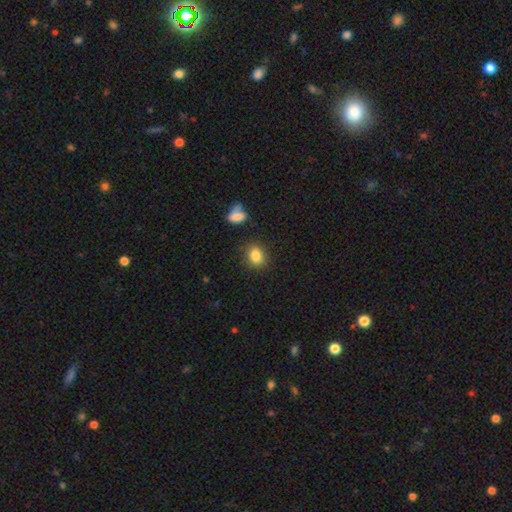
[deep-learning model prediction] Smooth or featured: smooth — 84% (star or artifact — 10%)
How rounded: in between — 51% (round — 47%)
Merging: none — 82% (minor disturbance — 12%)